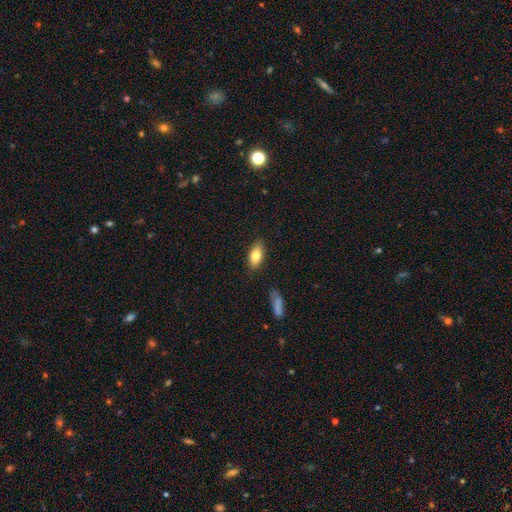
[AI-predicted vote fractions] This appears to be a smooth galaxy with no disk features (80%) that is in between round and cigar-shaped (88%). Merging: none (85%).